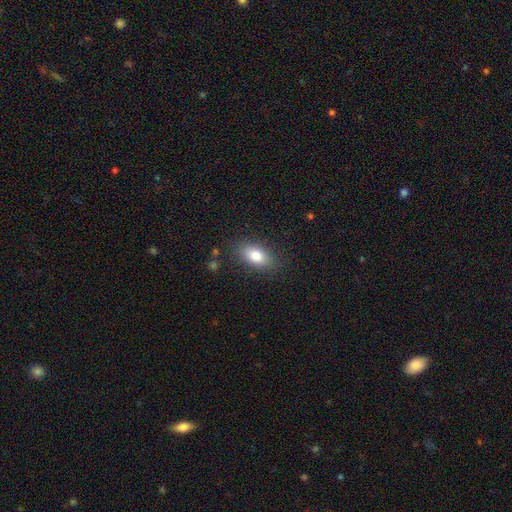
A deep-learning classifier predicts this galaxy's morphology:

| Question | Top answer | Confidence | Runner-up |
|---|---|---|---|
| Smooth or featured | smooth | 81% | featured or disk (11%) |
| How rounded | in between | 88% | round (7%) |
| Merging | none | 83% | minor disturbance (12%) |